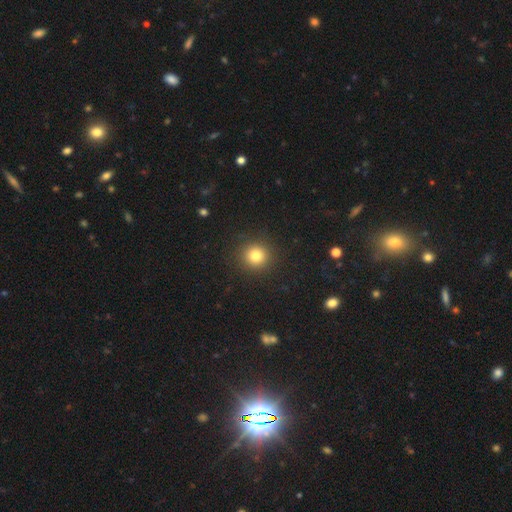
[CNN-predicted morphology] Overall: smooth (81%). How rounded: round (92%). Merging: none (90%).